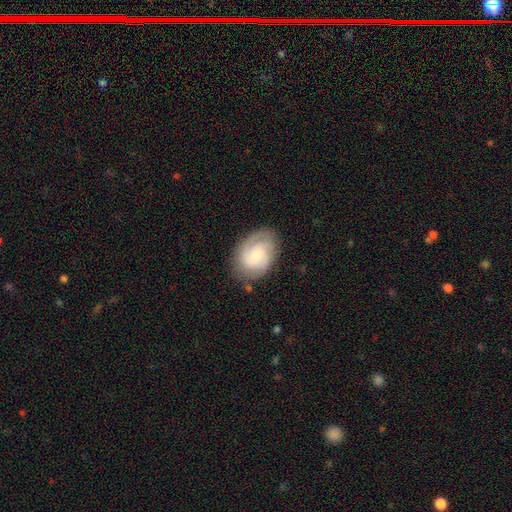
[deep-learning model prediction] Q: Smooth or featured?
A: featured or disk (61%); runner-up: smooth (32%)
Q: Edge-on disk?
A: no (97%); runner-up: yes (3%)
Q: Bar?
A: no (54%); runner-up: weak (40%)
Q: Spiral arms?
A: yes (92%); runner-up: no (8%)
Q: Spiral winding?
A: tight (48%); runner-up: medium (40%)
Q: Spiral arm count?
A: 2 (40%); runner-up: can't tell (25%)
Q: Bulge size?
A: small (56%); runner-up: moderate (29%)
Q: Merging?
A: none (75%); runner-up: minor disturbance (18%)